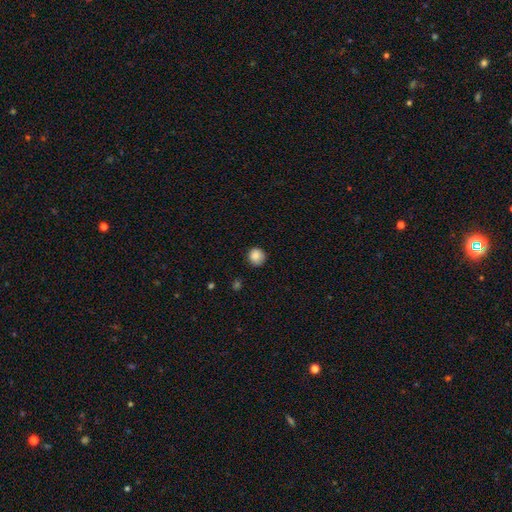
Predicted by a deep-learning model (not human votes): Smooth or featured? smooth (86%)
How rounded? round (90%)
Merging? none (82%)